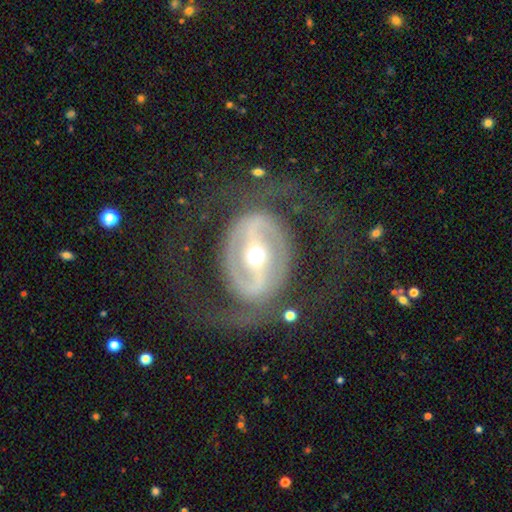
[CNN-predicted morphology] A featured or disk galaxy (83%) with a strong bar (52%), 2 (87%) medium (45%) spiral arms (74%) and a moderate central bulge (71%). Merging: none (63%).